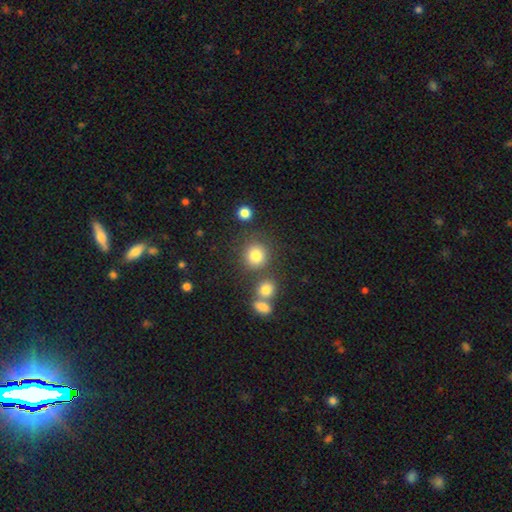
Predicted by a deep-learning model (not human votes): Smooth or featured: smooth — 80% (star or artifact — 13%)
How rounded: round — 89% (in between — 10%)
Merging: none — 73% (merger — 13%)